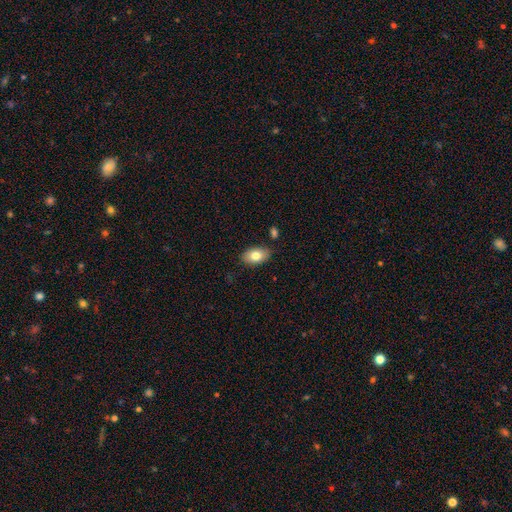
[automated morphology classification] Q: Smooth or featured?
A: smooth (79%); runner-up: featured or disk (14%)
Q: How rounded?
A: in between (91%); runner-up: round (7%)
Q: Merging?
A: none (82%); runner-up: minor disturbance (13%)